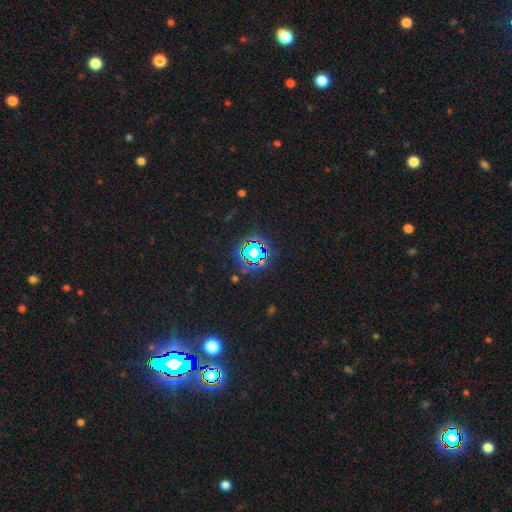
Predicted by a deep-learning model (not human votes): A star or artifact, not a galaxy (72%).

Vote fractions:
- Smooth or featured? star or artifact: 72% / smooth: 17% / featured or disk: 11%